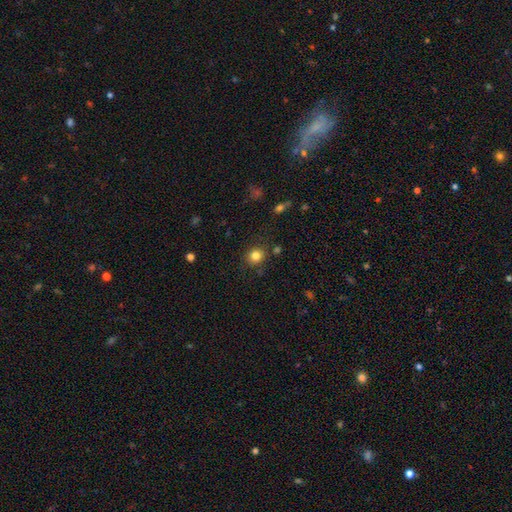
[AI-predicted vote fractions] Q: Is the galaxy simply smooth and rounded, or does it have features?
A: smooth — 83%.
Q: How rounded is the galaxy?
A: round — 81%.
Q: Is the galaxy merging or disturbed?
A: none — 83%.